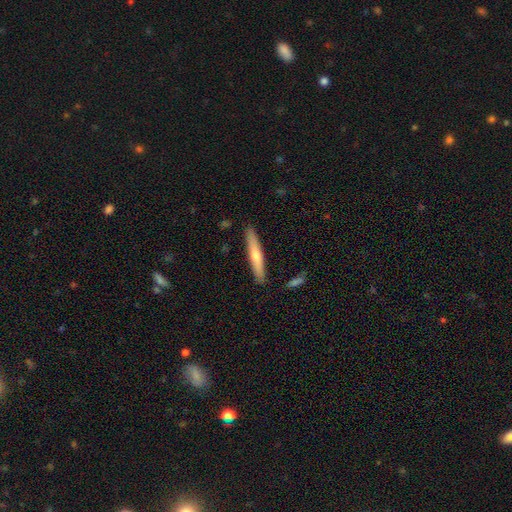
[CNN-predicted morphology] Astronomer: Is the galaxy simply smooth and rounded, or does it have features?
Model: smooth — 54% (runner-up: featured or disk, 40%).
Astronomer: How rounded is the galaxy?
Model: cigar-shaped — 93%.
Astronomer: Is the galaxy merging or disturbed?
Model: none — 89%.